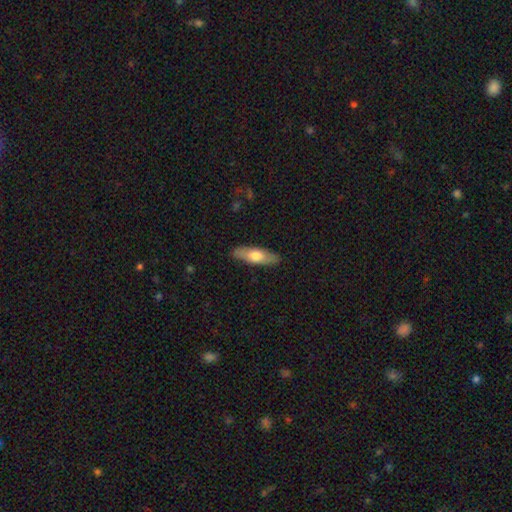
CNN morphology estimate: The model was most divided on "how rounded": cigar-shaped: 52%, in between: 46%, round: 2%. More confident: merging — none (88%); smooth or featured — smooth (63%).